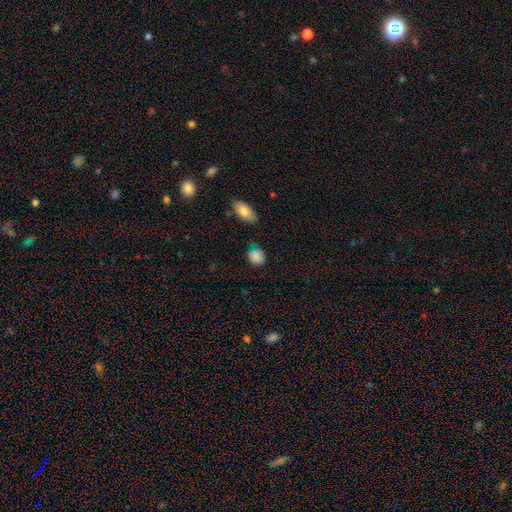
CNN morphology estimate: This is clearly a smooth galaxy (87%). How rounded: likely round (78%). Merging: likely none (71%).